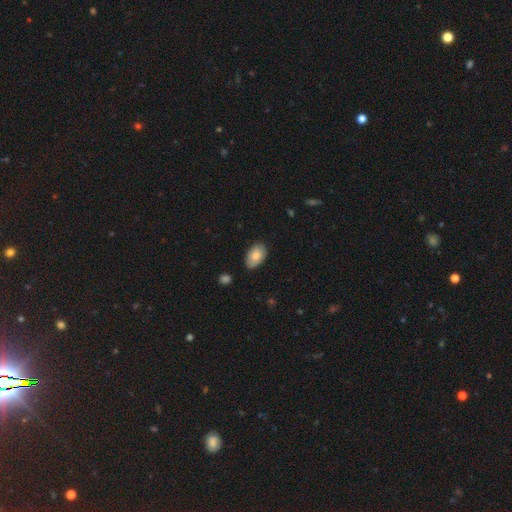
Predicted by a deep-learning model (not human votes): Smooth or featured? Predicted: smooth (p=0.79). How rounded? Predicted: in between (p=0.91). Merging? Predicted: none (p=0.76).